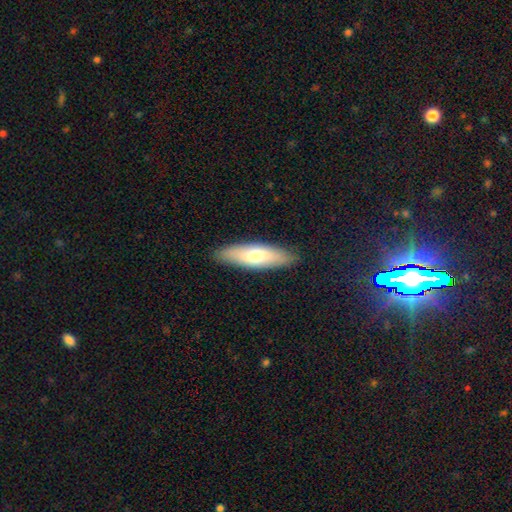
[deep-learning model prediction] Smooth or featured? Predicted: smooth (p=0.65). How rounded? Predicted: cigar-shaped (p=0.51). Merging? Predicted: none (p=0.88).